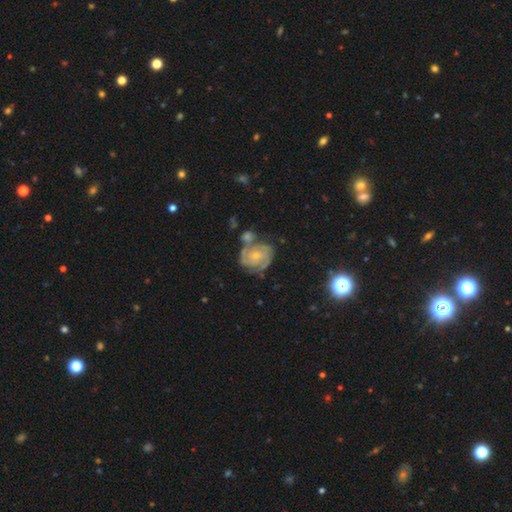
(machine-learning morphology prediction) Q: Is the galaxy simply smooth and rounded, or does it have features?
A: featured or disk — 79%.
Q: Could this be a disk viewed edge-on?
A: no — 98%.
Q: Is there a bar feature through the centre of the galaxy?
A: no — 73%.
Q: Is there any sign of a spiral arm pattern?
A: yes — 91%.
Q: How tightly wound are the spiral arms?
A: tight — 63%.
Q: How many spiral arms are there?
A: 2 — 43%.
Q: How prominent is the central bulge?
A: small — 61%.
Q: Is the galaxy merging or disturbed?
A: none — 49%.